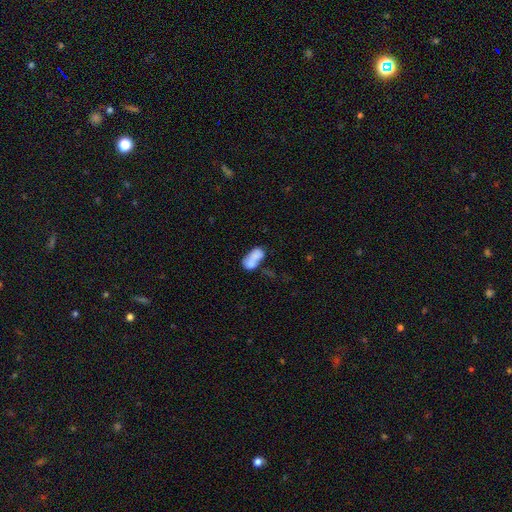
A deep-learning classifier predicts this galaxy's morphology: Q: Smooth or featured?
A: smooth (69%); runner-up: featured or disk (22%)
Q: How rounded?
A: in between (87%); runner-up: round (9%)
Q: Merging?
A: merger (57%); runner-up: none (21%)